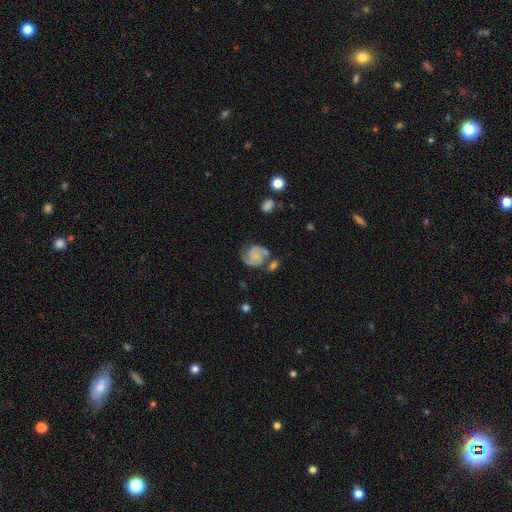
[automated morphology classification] Q: Smooth or featured?
A: featured or disk (73%); runner-up: smooth (19%)
Q: Edge-on disk?
A: no (98%); runner-up: yes (2%)
Q: Bar?
A: no (71%); runner-up: weak (24%)
Q: Spiral arms?
A: yes (94%); runner-up: no (6%)
Q: Spiral winding?
A: medium (44%); runner-up: tight (40%)
Q: Spiral arm count?
A: 2 (85%); runner-up: can't tell (6%)
Q: Bulge size?
A: small (46%); runner-up: none (34%)
Q: Merging?
A: none (56%); runner-up: minor disturbance (19%)